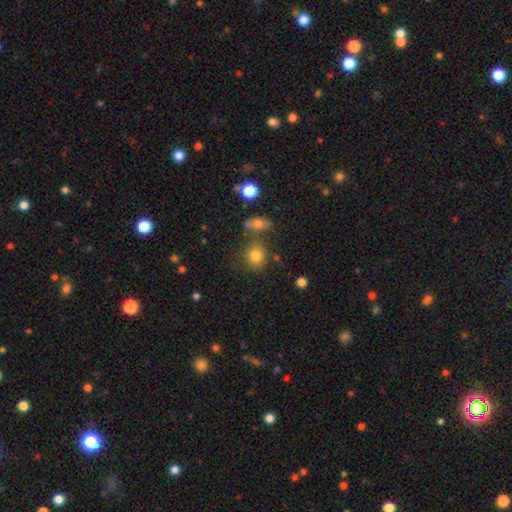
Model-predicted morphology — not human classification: This appears to be a smooth galaxy with no disk features (79%) that is round (72%). Merging: none (71%).